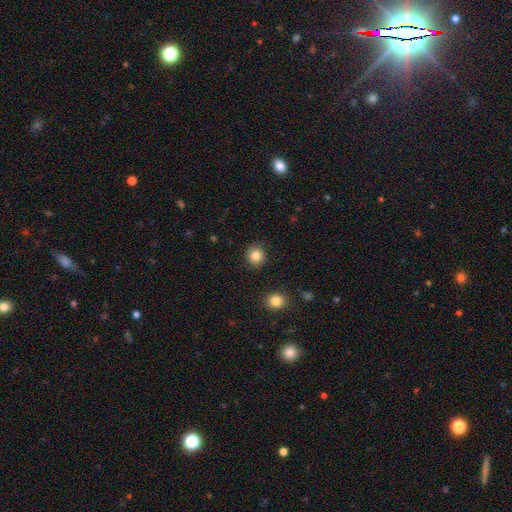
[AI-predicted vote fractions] smooth-or-featured: smooth: 85% | star or artifact: 10% | featured or disk: 5%
  how-rounded: round: 90% | in between: 9% | cigar-shaped: 1%
  merging: none: 90% | minor disturbance: 6% | major disturbance: 2% | merger: 1%